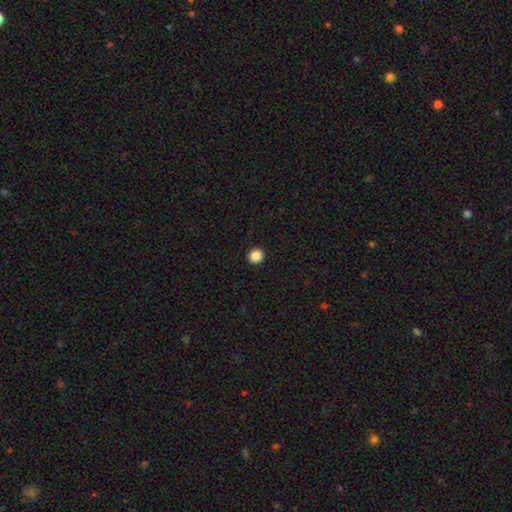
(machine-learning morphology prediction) Smooth or featured?
  - smooth: 87% *
  - star or artifact: 10%
  - featured or disk: 3%
How rounded?
  - round: 91% *
  - in between: 8%
  - cigar-shaped: 1%
Merging?
  - none: 93% *
  - minor disturbance: 4%
  - major disturbance: 1%
  - merger: 1%